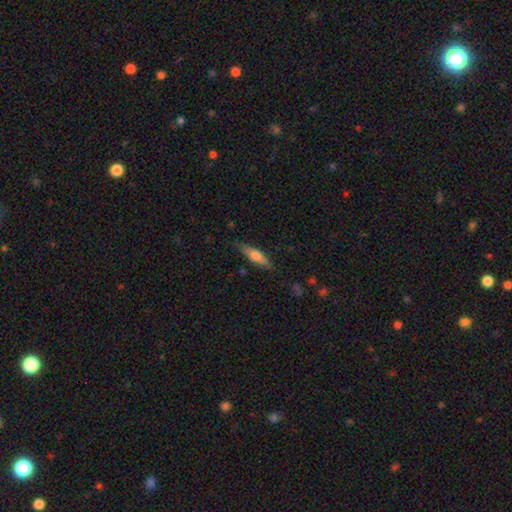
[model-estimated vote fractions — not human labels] Q: Smooth or featured?
A: smooth (60%); runner-up: featured or disk (33%)
Q: How rounded?
A: cigar-shaped (65%); runner-up: in between (33%)
Q: Merging?
A: none (74%); runner-up: minor disturbance (20%)